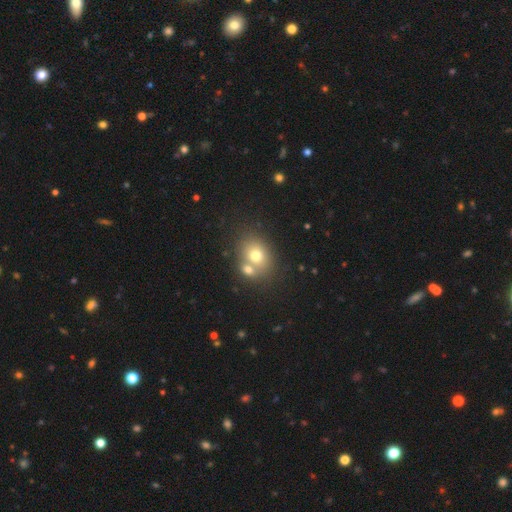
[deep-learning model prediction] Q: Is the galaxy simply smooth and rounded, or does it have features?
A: smooth — 71%.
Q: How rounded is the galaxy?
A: round — 52%.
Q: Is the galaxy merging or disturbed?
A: merger — 45%.